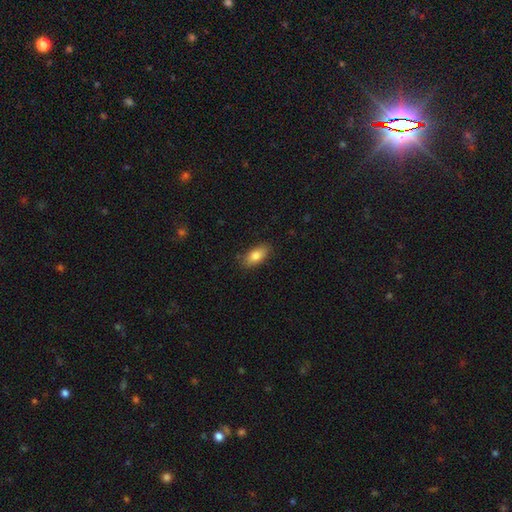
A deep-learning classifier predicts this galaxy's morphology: A smooth galaxy with no disk features (82%) that is in between round and cigar-shaped (87%).

Vote fractions:
- Smooth or featured? smooth: 82% / featured or disk: 11% / star or artifact: 7%
- How rounded? in between: 87% / cigar-shaped: 10% / round: 4%
- Merging? none: 84% / minor disturbance: 12% / major disturbance: 2% / merger: 1%